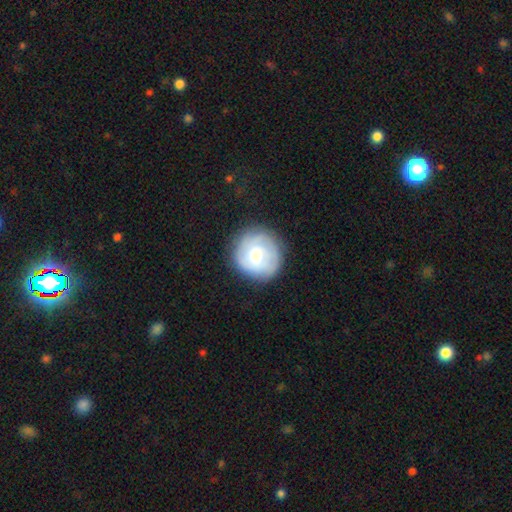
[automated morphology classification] Smooth or featured: smooth — 55% (featured or disk — 37%)
How rounded: round — 91% (in between — 8%)
Merging: none — 79% (minor disturbance — 14%)